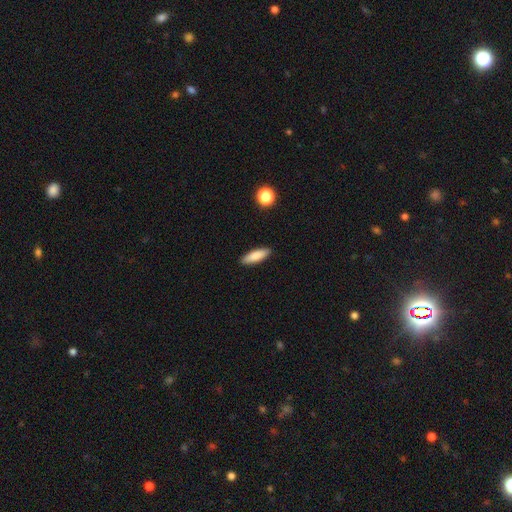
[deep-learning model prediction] smooth_or_featured: smooth (p=0.84) [alt: featured or disk p=0.10]
how_rounded: in between (p=0.50) [alt: cigar-shaped p=0.48]
merging: none (p=0.90) [alt: minor disturbance p=0.07]